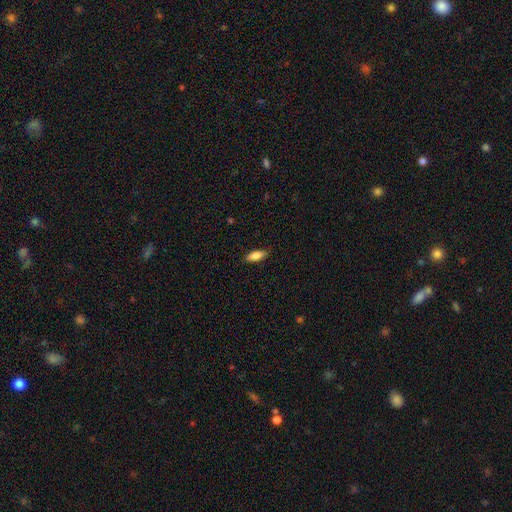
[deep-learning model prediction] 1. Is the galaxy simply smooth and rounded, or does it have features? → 81% smooth, 12% featured or disk, 7% star or artifact.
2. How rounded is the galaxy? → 68% in between, 30% cigar-shaped, 2% round.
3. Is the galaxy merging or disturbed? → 87% none, 10% minor disturbance, 2% major disturbance, 1% merger.